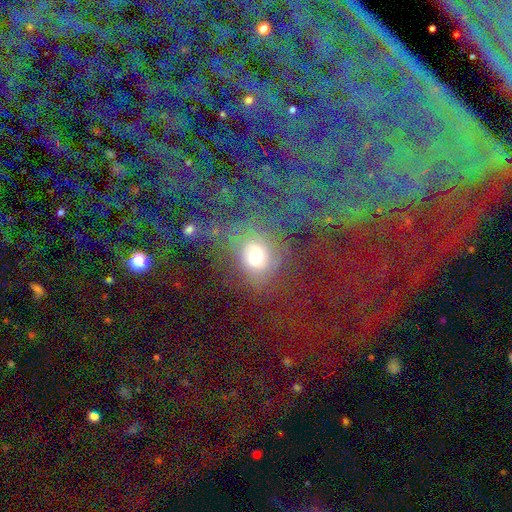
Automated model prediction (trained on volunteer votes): This is marginally a smooth galaxy (41%). Merging: marginally none (39%).